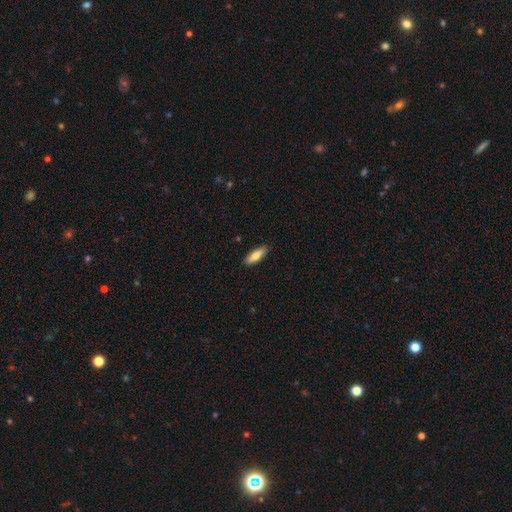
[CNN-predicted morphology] Smooth or featured? Predicted: smooth (p=0.79). How rounded? Predicted: in between (p=0.54). Merging? Predicted: none (p=0.87).